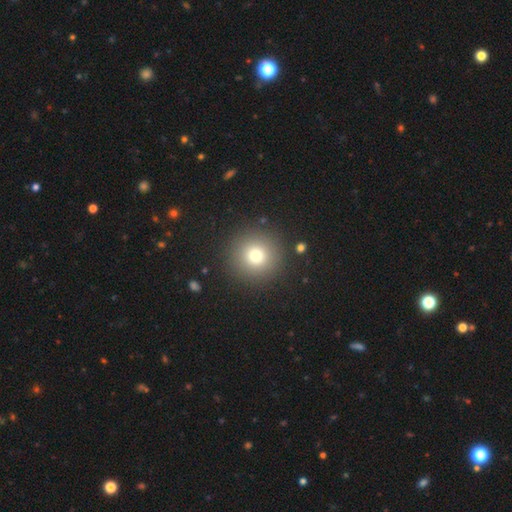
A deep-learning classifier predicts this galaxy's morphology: This appears to be a smooth galaxy with no disk features (76%) that is round (95%). Merging: none (90%).